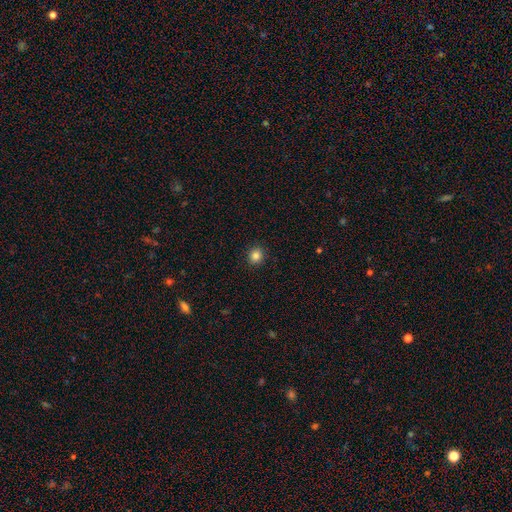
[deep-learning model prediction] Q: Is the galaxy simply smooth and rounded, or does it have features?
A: smooth — 84%.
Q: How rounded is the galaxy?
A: round — 87%.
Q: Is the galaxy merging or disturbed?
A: none — 92%.